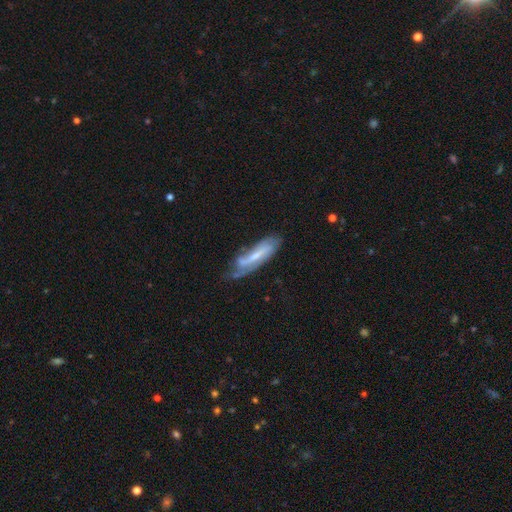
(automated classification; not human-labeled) Smooth or featured? featured or disk (66%)
Edge-on disk? no (72%)
Merging? none (51%)